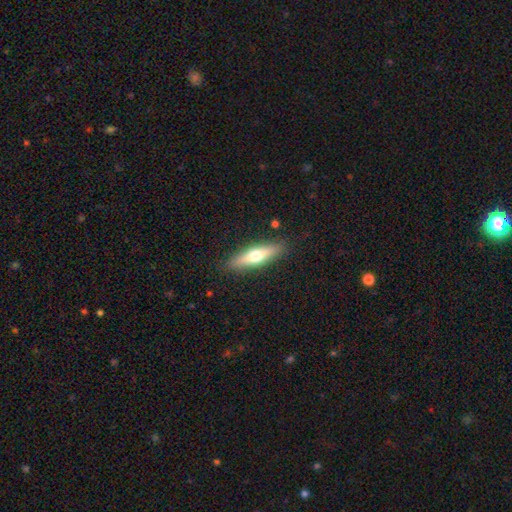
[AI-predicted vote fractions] This appears to be a smooth galaxy with no disk features (54%) that is cigar-shaped (68%). Merging: none (87%).